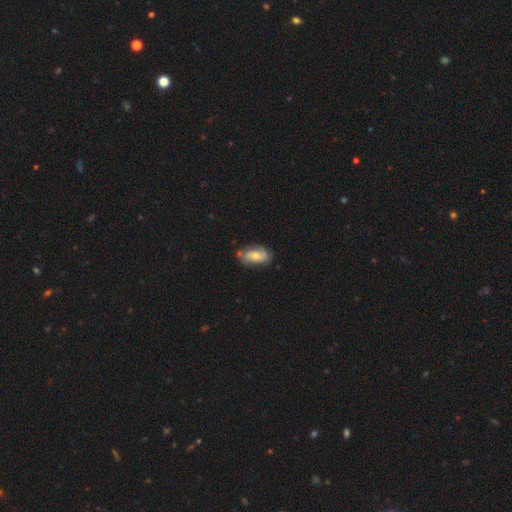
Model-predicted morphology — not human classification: Smooth or featured?
  - featured or disk: 51% *
  - smooth: 42%
  - star or artifact: 7%
Edge-on disk?
  - no: 93% *
  - yes: 7%
Merging?
  - none: 67% *
  - minor disturbance: 23%
  - major disturbance: 6%
  - merger: 4%